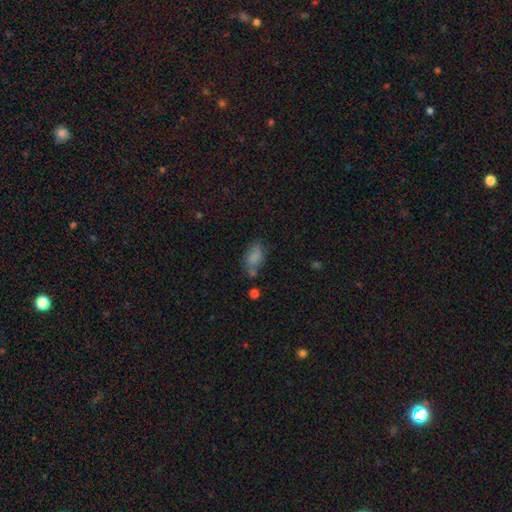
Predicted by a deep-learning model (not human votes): smooth 68%, star or artifact 19%, featured or disk 13%. Down the decision tree: how rounded — in between (86%); merging — none (59%).